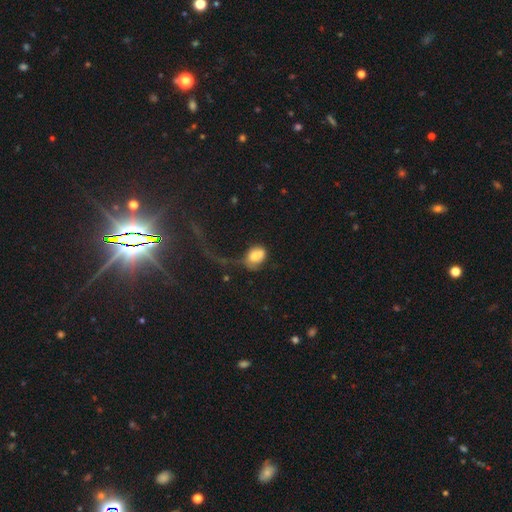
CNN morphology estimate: Smooth or featured?
  - smooth: 67% *
  - featured or disk: 24%
  - star or artifact: 10%
How rounded?
  - in between: 62% *
  - round: 36%
  - cigar-shaped: 2%
Merging?
  - merger: 33% *
  - major disturbance: 32%
  - none: 20%
  - minor disturbance: 15%